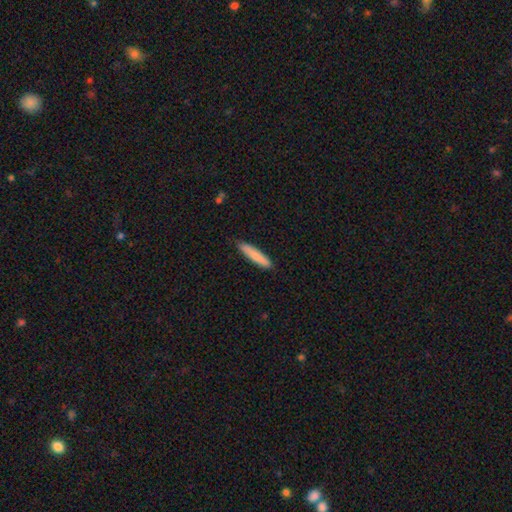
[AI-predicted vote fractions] This appears to be a smooth galaxy with no disk features (82%) that is cigar-shaped (89%). Merging: none (88%).